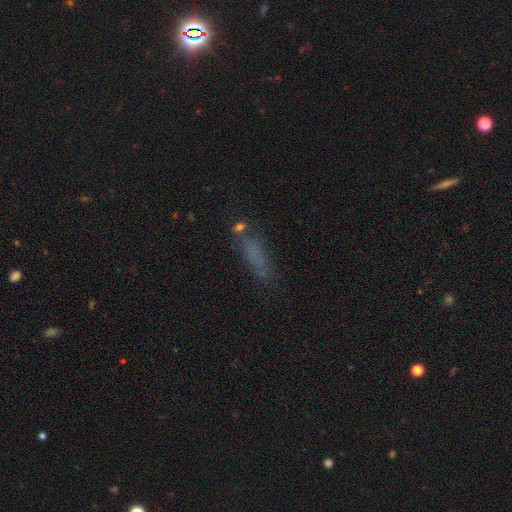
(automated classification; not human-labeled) Morphology: type=smooth (66%); roundness=cigar-shaped (56%); merging=none (58%).